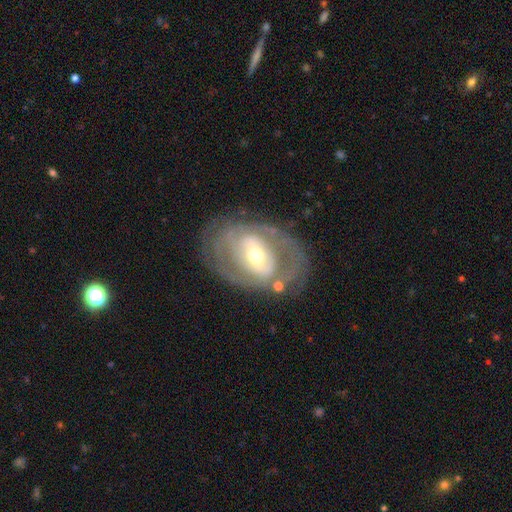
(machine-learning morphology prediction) The model was most divided on "bar": strong: 38%, weak: 37%, no: 24%. Remaining: edge-on disk — no (95%); smooth or featured — featured or disk (79%); spiral arms — yes (70%); merging — none (68%); spiral winding — tight (53%); spiral arm count — 2 (51%); bulge size — moderate (49%).